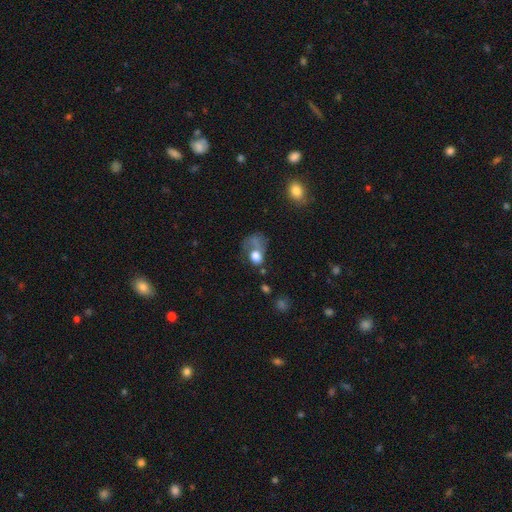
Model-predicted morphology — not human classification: A smooth galaxy with no disk features (66%) that is in between round and cigar-shaped (59%). Merging: major disturbance (44%).